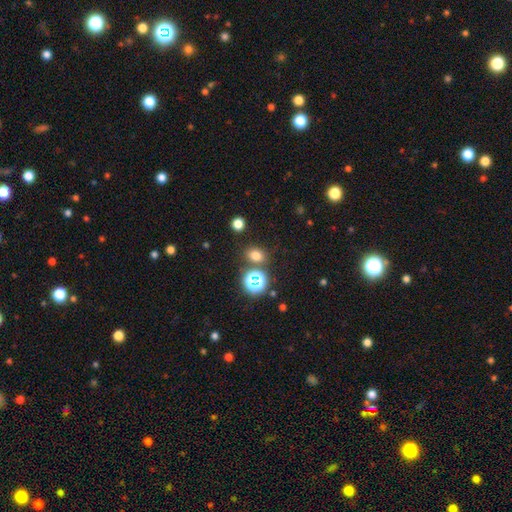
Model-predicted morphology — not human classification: smooth_or_featured: smooth (p=0.70) [alt: star or artifact p=0.23]
how_rounded: round (p=0.51) [alt: in between p=0.47]
merging: none (p=0.79) [alt: minor disturbance p=0.10]